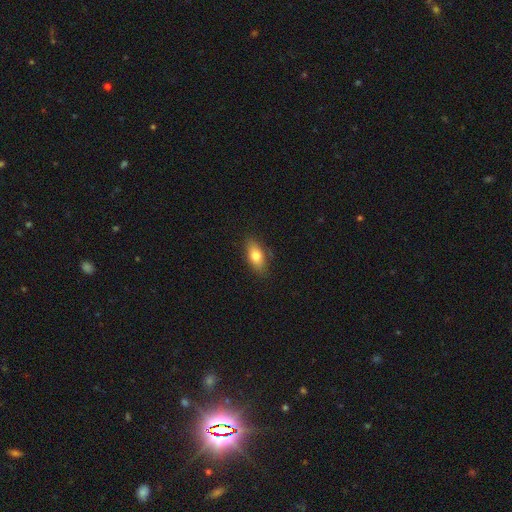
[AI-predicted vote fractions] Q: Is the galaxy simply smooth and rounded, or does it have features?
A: smooth — 76%.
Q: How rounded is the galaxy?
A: in between — 84%.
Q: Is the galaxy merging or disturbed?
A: none — 79%.